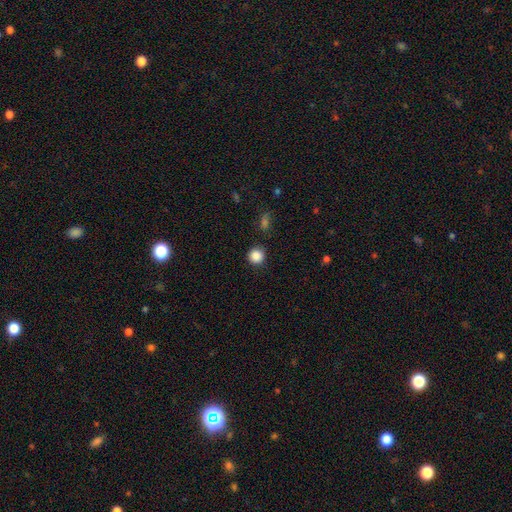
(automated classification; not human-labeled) Smooth or featured?
  - smooth: 87% *
  - star or artifact: 10%
  - featured or disk: 3%
How rounded?
  - round: 94% *
  - in between: 5%
  - cigar-shaped: 1%
Merging?
  - none: 90% *
  - minor disturbance: 6%
  - major disturbance: 2%
  - merger: 2%